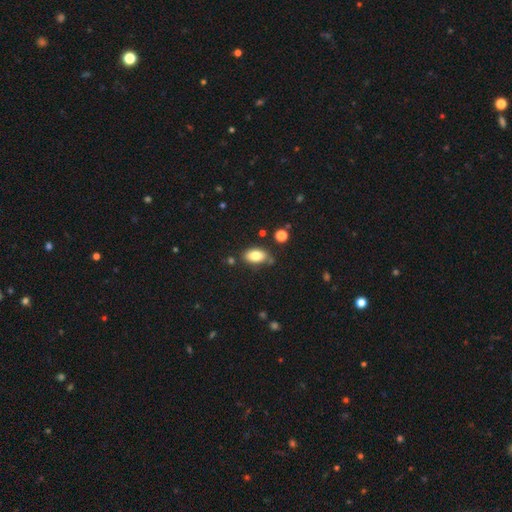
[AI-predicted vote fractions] A smooth galaxy with no disk features (81%) that is in between round and cigar-shaped (91%).

Vote fractions:
- Smooth or featured? smooth: 81% / featured or disk: 11% / star or artifact: 8%
- How rounded? in between: 91% / round: 6% / cigar-shaped: 3%
- Merging? none: 74% / minor disturbance: 16% / merger: 6% / major disturbance: 4%